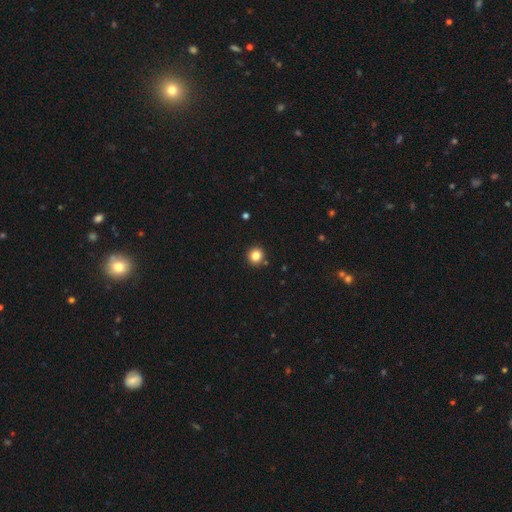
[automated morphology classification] A smooth galaxy with no disk features (83%) that is round (93%).

Vote fractions:
- Smooth or featured? smooth: 83% / star or artifact: 12% / featured or disk: 5%
- How rounded? round: 93% / in between: 6% / cigar-shaped: 1%
- Merging? none: 90% / minor disturbance: 6% / merger: 2% / major disturbance: 2%